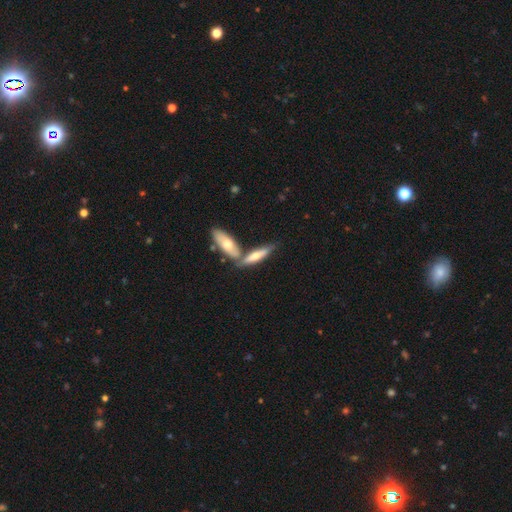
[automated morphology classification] A smooth galaxy with no disk features (57%) that is cigar-shaped (68%).

Vote fractions:
- Smooth or featured? smooth: 57% / featured or disk: 38% / star or artifact: 5%
- How rounded? cigar-shaped: 68% / in between: 30% / round: 2%
- Merging? none: 50% / merger: 35% / minor disturbance: 12% / major disturbance: 3%